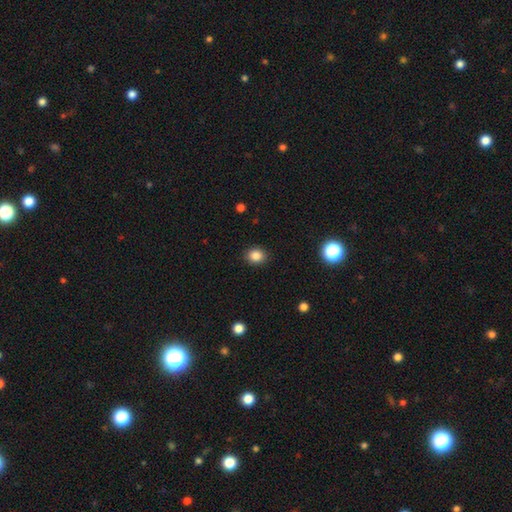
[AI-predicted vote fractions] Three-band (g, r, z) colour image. It shows a smooth galaxy with no disk features (84%) that is round (65%). Merging: none (90%).